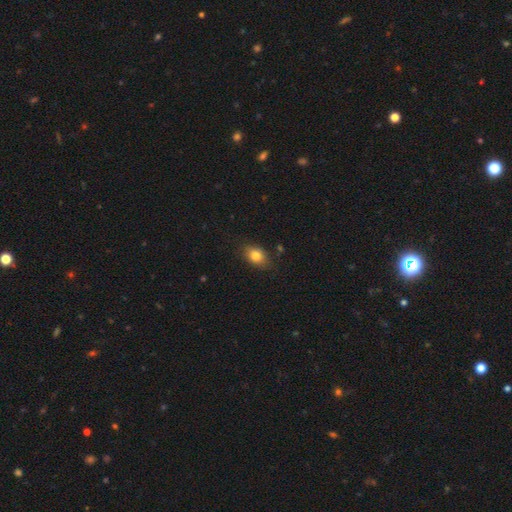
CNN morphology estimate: Q: Smooth or featured?
A: smooth (81%); runner-up: featured or disk (9%)
Q: How rounded?
A: in between (75%); runner-up: round (23%)
Q: Merging?
A: none (81%); runner-up: minor disturbance (14%)